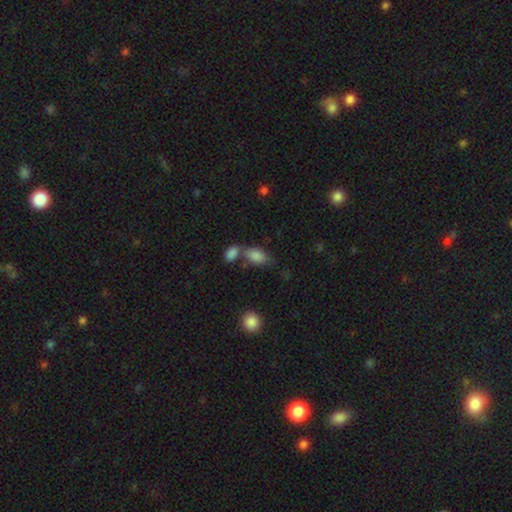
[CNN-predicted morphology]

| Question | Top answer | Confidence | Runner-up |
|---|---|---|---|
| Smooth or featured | smooth | 84% | star or artifact (9%) |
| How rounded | in between | 90% | round (7%) |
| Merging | none | 40% | merger (38%) |